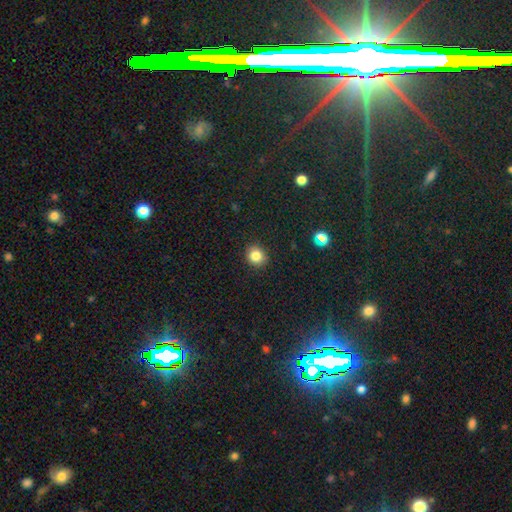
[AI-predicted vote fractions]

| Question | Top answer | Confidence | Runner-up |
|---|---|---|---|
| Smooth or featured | smooth | 83% | star or artifact (11%) |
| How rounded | round | 84% | in between (15%) |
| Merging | none | 91% | minor disturbance (6%) |